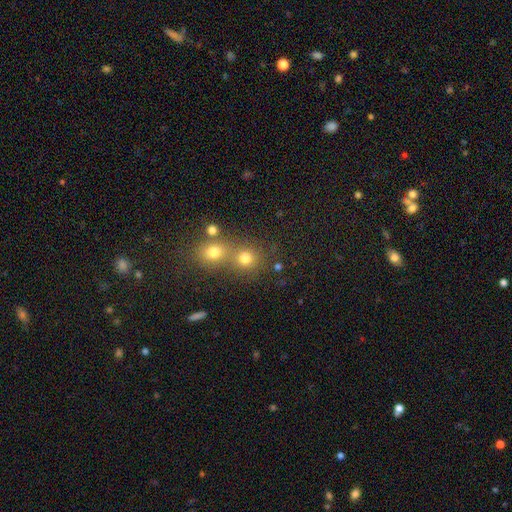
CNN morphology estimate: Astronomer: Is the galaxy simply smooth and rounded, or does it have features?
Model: smooth — 66%.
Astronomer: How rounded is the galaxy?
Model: round — 86%.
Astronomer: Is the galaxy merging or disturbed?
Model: none — 52% (runner-up: merger, 40%).